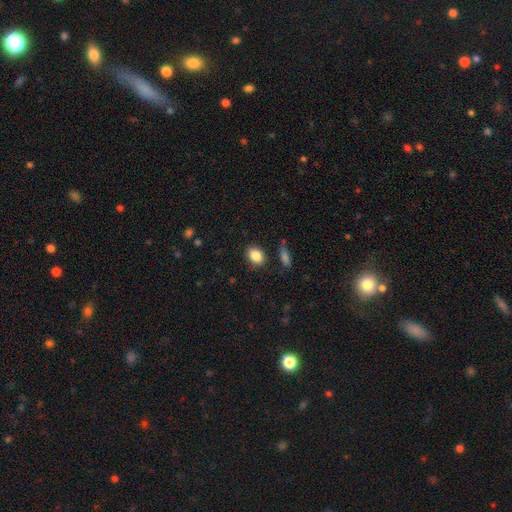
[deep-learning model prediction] Overall: smooth (86%). How rounded: in between (73%). Merging: none (84%).